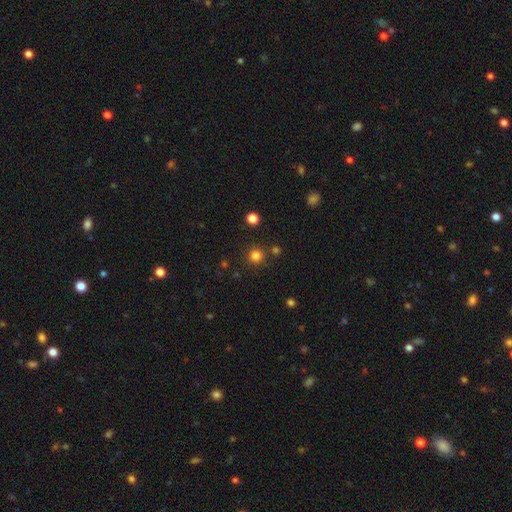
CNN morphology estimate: This is clearly a smooth galaxy (80%). How rounded: clearly round (95%). Merging: clearly none (86%).